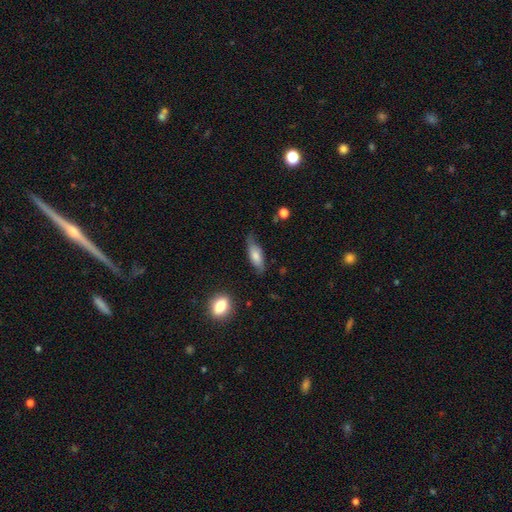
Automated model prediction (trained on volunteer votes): Smooth or featured? Predicted: smooth (p=0.66). How rounded? Predicted: in between (p=0.69). Merging? Predicted: none (p=0.63).